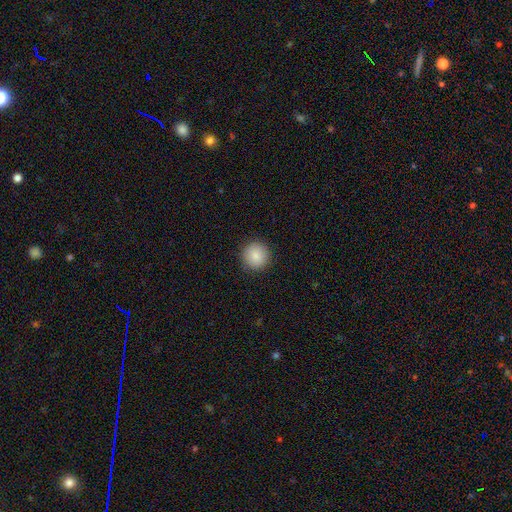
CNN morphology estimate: Smooth or featured? smooth (87%)
How rounded? round (95%)
Merging? none (91%)